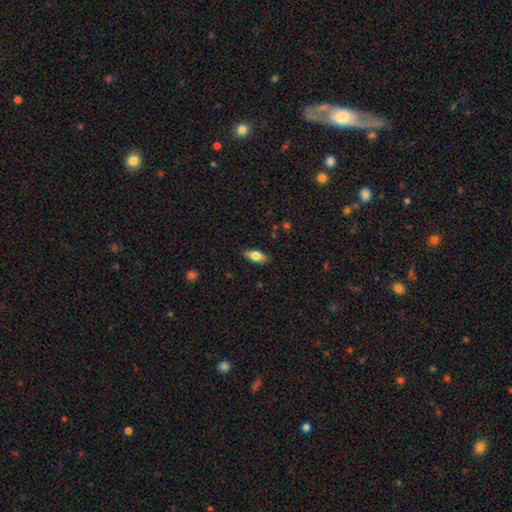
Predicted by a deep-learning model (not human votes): The model was most divided on "smooth or featured": smooth: 71%, featured or disk: 23%, star or artifact: 7%. More confident: merging — none (85%); how rounded — in between (78%).